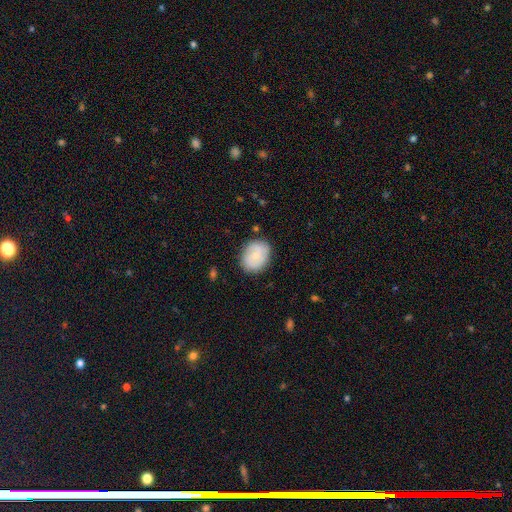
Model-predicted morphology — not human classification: Smooth or featured?
  - smooth: 64% *
  - featured or disk: 29%
  - star or artifact: 7%
How rounded?
  - in between: 52% *
  - round: 48%
  - cigar-shaped: 1%
Merging?
  - none: 78% *
  - minor disturbance: 16%
  - major disturbance: 4%
  - merger: 2%